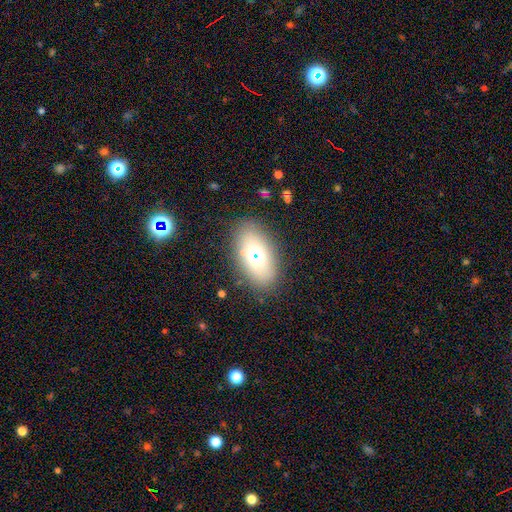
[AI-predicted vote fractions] Smooth or featured: smooth — 63% (featured or disk — 21%)
How rounded: in between — 82% (round — 15%)
Merging: none — 83% (minor disturbance — 10%)